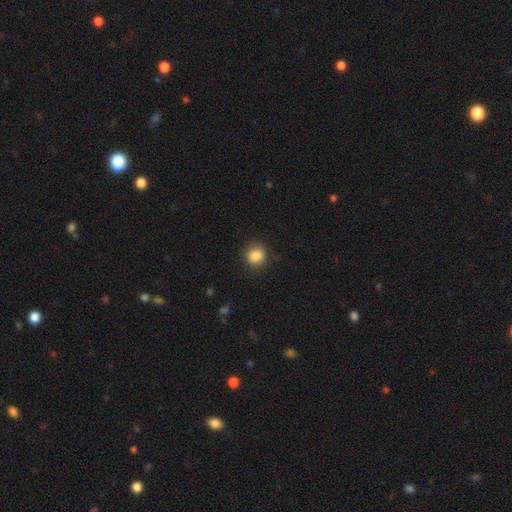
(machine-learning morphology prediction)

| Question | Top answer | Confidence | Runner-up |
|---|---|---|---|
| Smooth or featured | smooth | 86% | star or artifact (10%) |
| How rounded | round | 87% | in between (12%) |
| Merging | none | 88% | minor disturbance (9%) |